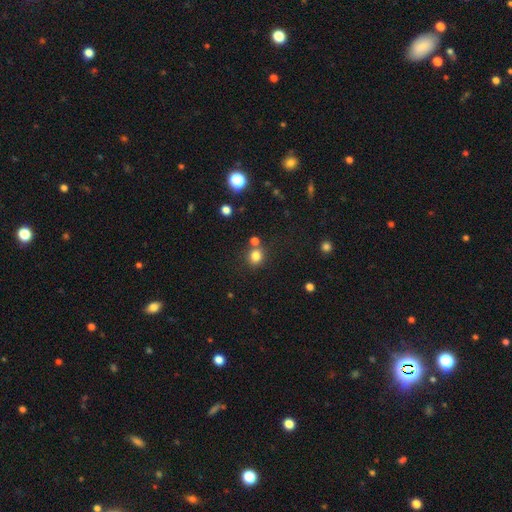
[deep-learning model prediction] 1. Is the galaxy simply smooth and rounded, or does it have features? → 80% smooth, 14% star or artifact, 6% featured or disk.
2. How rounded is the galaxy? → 86% round, 13% in between, 1% cigar-shaped.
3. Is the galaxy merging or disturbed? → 73% none, 15% merger, 9% minor disturbance, 3% major disturbance.